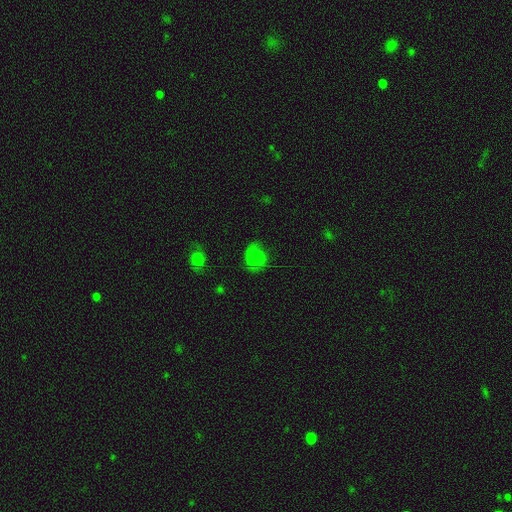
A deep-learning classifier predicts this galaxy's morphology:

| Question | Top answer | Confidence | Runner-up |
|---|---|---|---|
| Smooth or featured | smooth | 58% | featured or disk (28%) |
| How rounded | round | 58% | in between (41%) |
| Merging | none | 58% | minor disturbance (25%) |